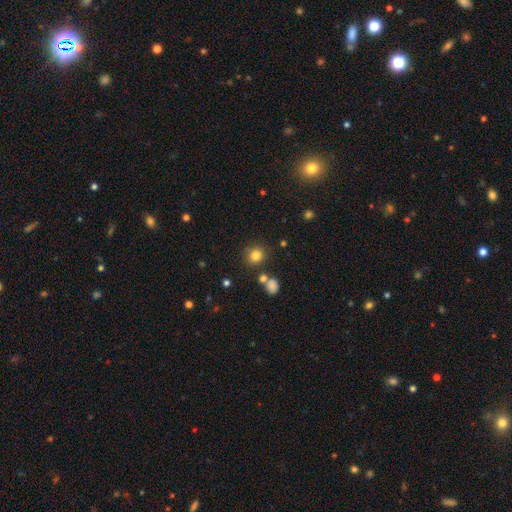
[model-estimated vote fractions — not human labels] This is clearly a smooth galaxy (81%). How rounded: clearly round (85%). Merging: clearly none (80%).